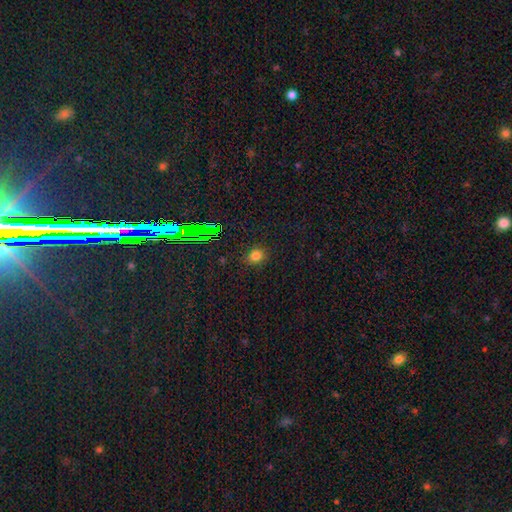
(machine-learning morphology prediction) This is likely a smooth galaxy (75%). How rounded: likely round (77%). Merging: clearly none (87%).